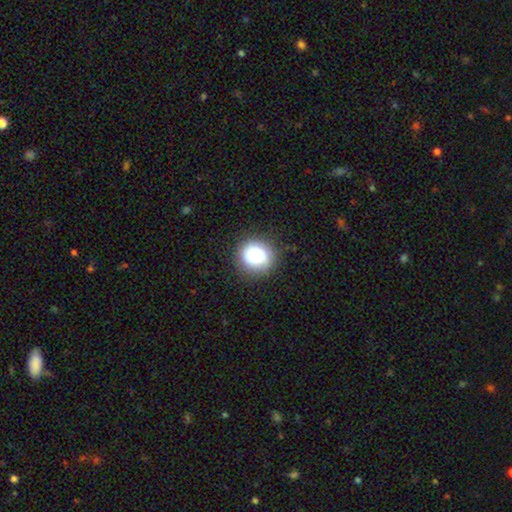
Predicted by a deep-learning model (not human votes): This appears to be a smooth galaxy with no disk features (83%) that is round (87%). Merging: none (85%).